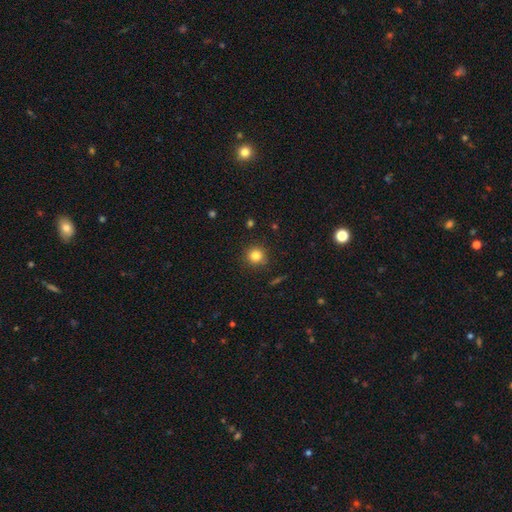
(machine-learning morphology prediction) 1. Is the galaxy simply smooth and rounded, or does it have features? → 82% smooth, 12% star or artifact, 6% featured or disk.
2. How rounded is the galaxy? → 94% round, 5% in between, 1% cigar-shaped.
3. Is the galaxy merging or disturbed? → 89% none, 7% minor disturbance, 2% major disturbance, 2% merger.